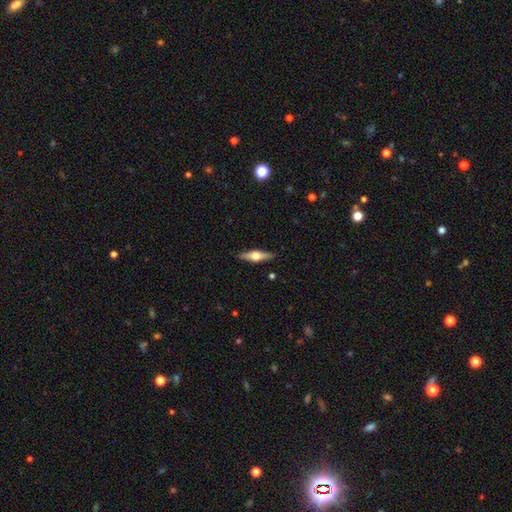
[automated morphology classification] Overall: featured or disk (63%; smooth 32%). Edge-on disk: yes (96%). Edge-on bulge: rounded (94%). Merging: none (89%).